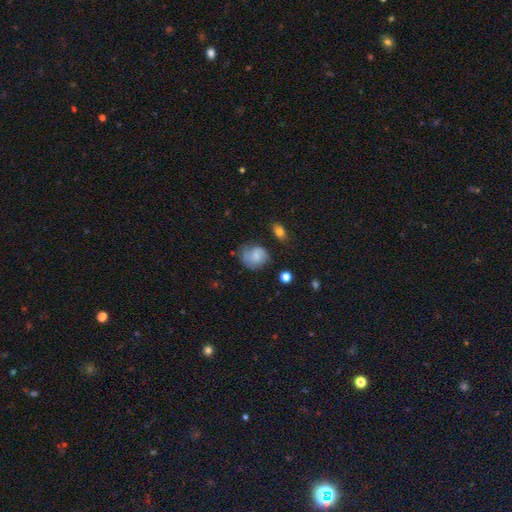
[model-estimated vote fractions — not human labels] The model was most divided on "merging": none: 51%, minor disturbance: 31%, major disturbance: 15%, merger: 3%. More confident: how rounded — round (68%); smooth or featured — smooth (63%).